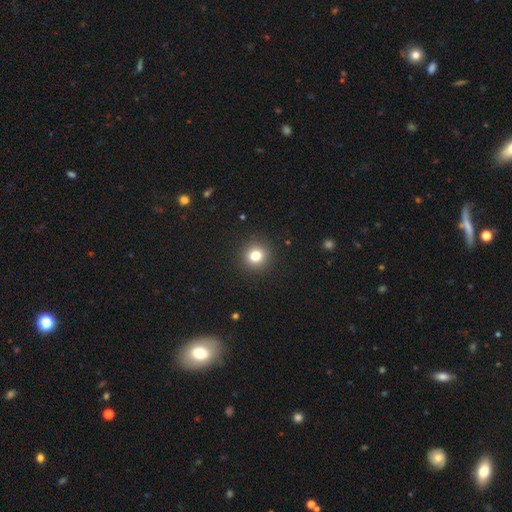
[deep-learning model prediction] This is likely a smooth galaxy (80%). How rounded: clearly round (91%). Merging: clearly none (92%).